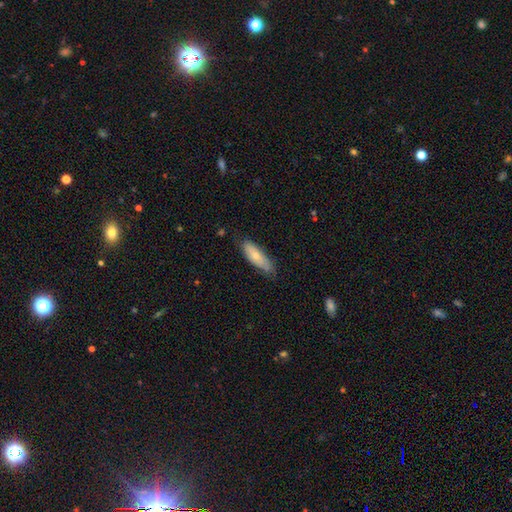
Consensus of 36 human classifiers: Morphology: type=smooth (69%); roundness=in between (72%); merging=none (59%).